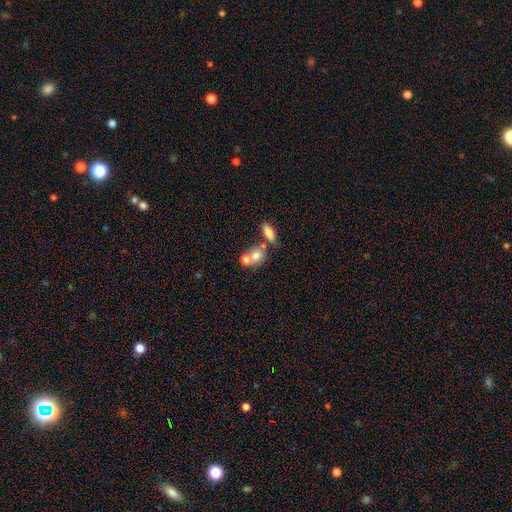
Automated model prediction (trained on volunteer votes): smooth 72%, featured or disk 17%, star or artifact 11%. Down the decision tree: how rounded — round (59%); merging — merger (51%).